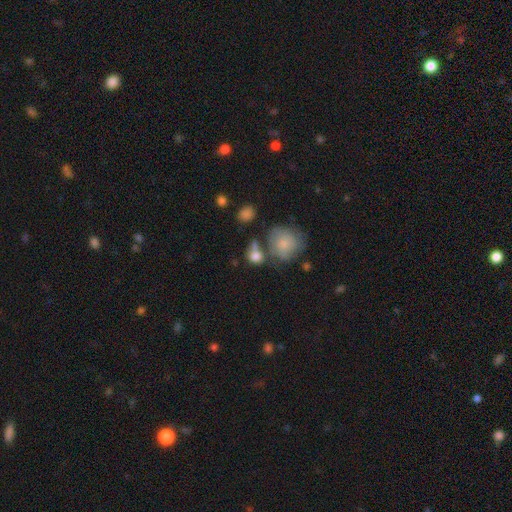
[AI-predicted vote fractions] Smooth or featured? smooth (77%)
How rounded? round (72%)
Merging? none (45%)